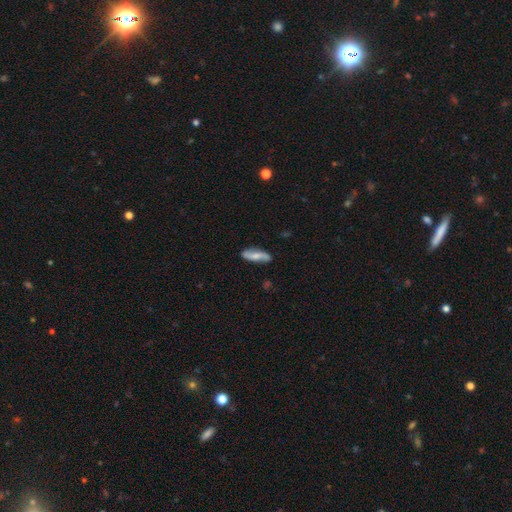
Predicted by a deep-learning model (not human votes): This appears to be a featured or disk galaxy (53%). Merging: none (82%).